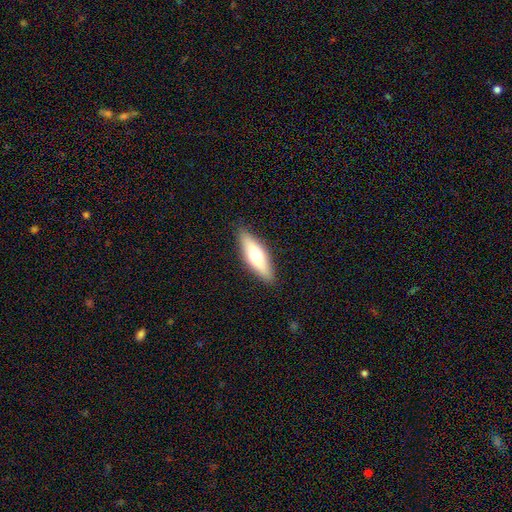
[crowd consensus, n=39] Overall: smooth (51%; featured or disk 36%). How rounded: cigar-shaped (60%; in between 40%). Merging: none (91%).